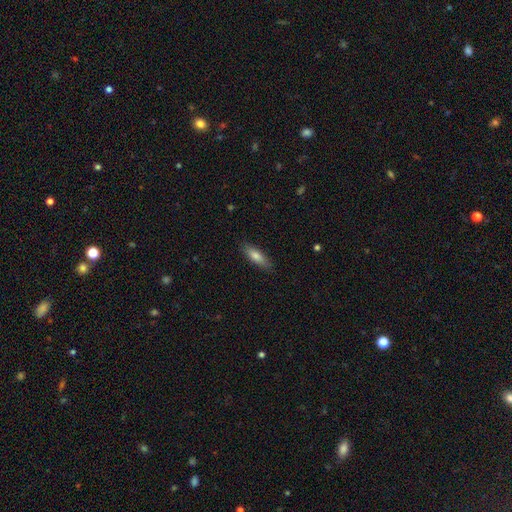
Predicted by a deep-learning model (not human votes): This is likely a smooth galaxy (78%). How rounded: possibly cigar-shaped (51%). Merging: clearly none (87%).